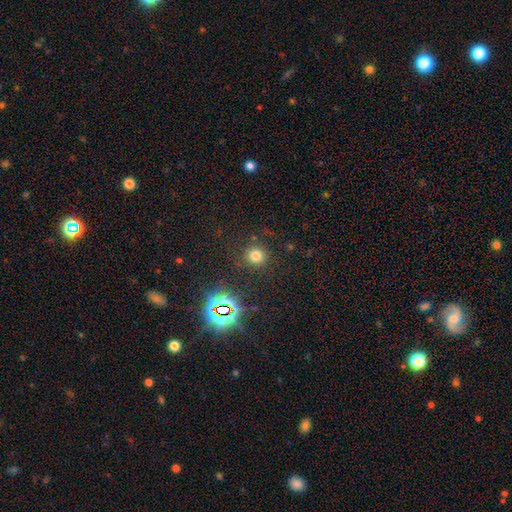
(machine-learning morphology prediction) The model was most divided on "smooth or featured": smooth: 69%, star or artifact: 24%, featured or disk: 7%. More confident: how rounded — round (92%); merging — none (87%).